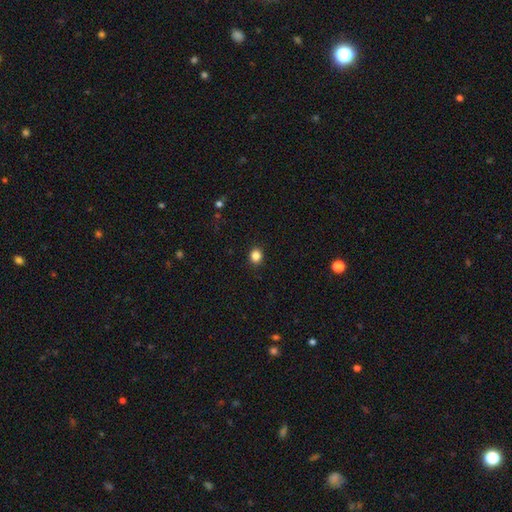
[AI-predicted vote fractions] Smooth or featured? smooth (85%)
How rounded? round (75%)
Merging? none (91%)